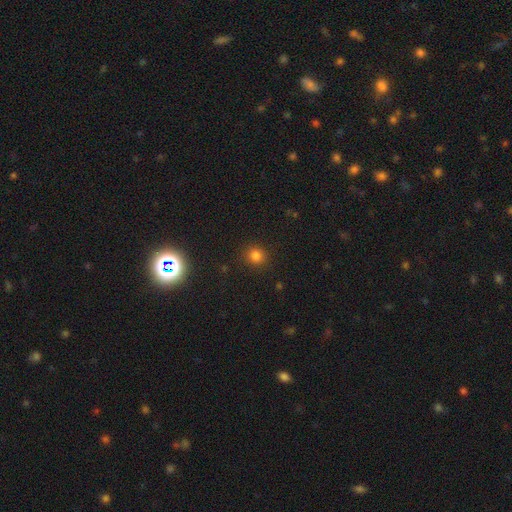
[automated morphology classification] type=smooth (80%); roundness=round (88%); merging=none (89%).